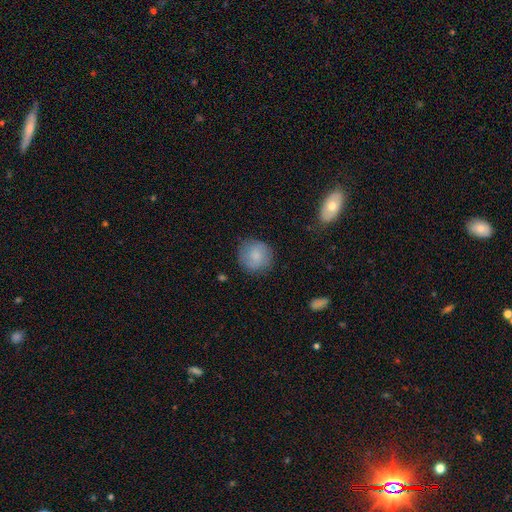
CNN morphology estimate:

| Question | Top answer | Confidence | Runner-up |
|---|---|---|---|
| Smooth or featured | smooth | 79% | featured or disk (14%) |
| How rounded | round | 91% | in between (8%) |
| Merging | none | 82% | minor disturbance (13%) |